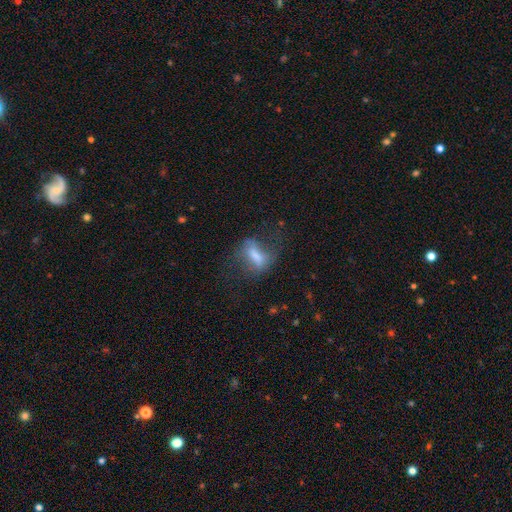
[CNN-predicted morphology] smooth-or-featured: featured or disk: 44% | smooth: 43% | star or artifact: 13%
  merging: none: 46% | major disturbance: 30% | minor disturbance: 22% | merger: 3%